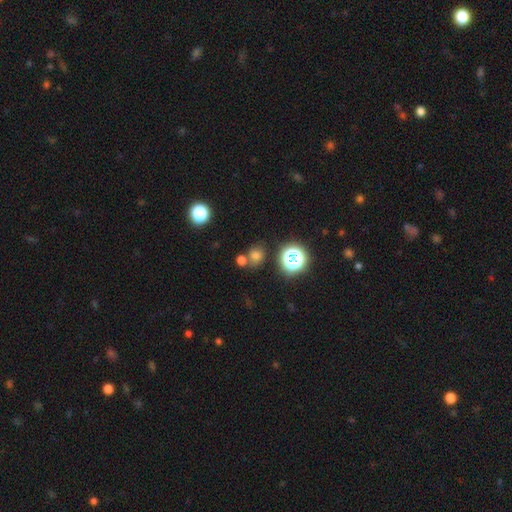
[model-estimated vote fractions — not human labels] A smooth galaxy with no disk features (66%) that is round (73%). Merging: none (62%).